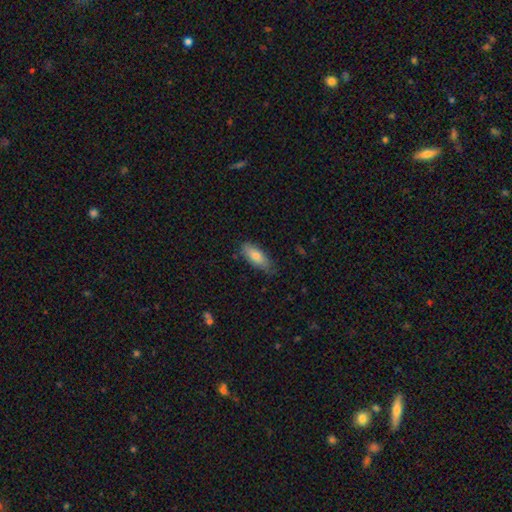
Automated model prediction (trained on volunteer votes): smooth-or-featured: smooth: 76% | featured or disk: 18% | star or artifact: 6%
  how-rounded: in between: 77% | cigar-shaped: 20% | round: 2%
  merging: none: 73% | minor disturbance: 22% | major disturbance: 3% | merger: 1%